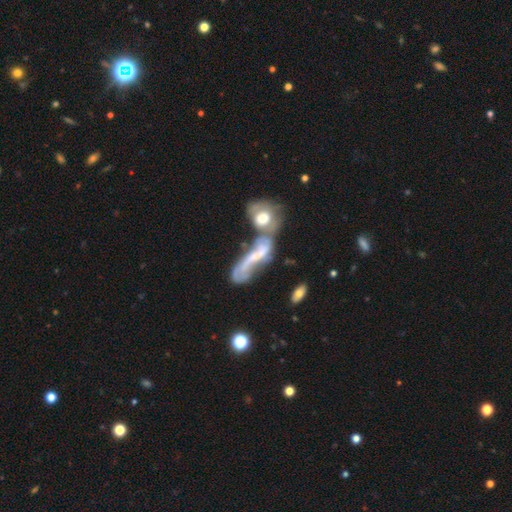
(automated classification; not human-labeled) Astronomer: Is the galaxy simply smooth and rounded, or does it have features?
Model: featured or disk — 63%.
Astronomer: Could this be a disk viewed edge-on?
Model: no — 81%.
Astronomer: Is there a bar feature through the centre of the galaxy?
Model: no — 48% (runner-up: weak, 29%).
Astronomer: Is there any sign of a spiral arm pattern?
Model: yes — 64%.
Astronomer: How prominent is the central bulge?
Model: small — 33% (runner-up: none, 32%).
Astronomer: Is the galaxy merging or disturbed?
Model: merger — 53%.